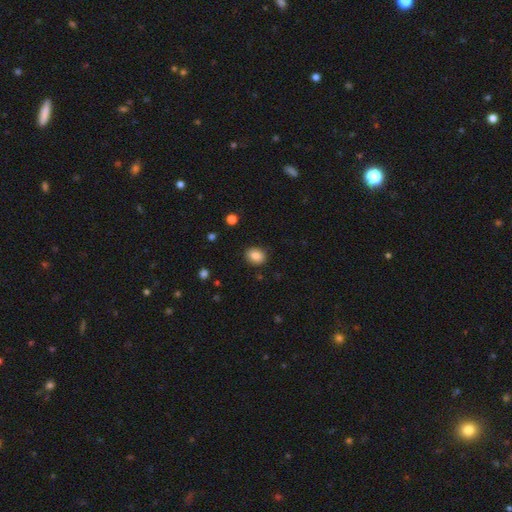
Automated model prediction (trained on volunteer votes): This is clearly a smooth galaxy (86%). How rounded: possibly in between (50%). Merging: clearly none (88%).